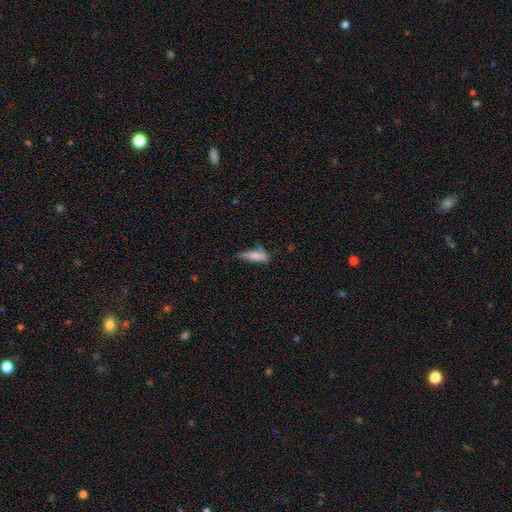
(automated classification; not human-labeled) A smooth galaxy with no disk features (64%) that is cigar-shaped (61%).

Vote fractions:
- Smooth or featured? smooth: 64% / featured or disk: 28% / star or artifact: 8%
- How rounded? cigar-shaped: 61% / in between: 37% / round: 2%
- Merging? none: 40% / minor disturbance: 31% / major disturbance: 20% / merger: 9%